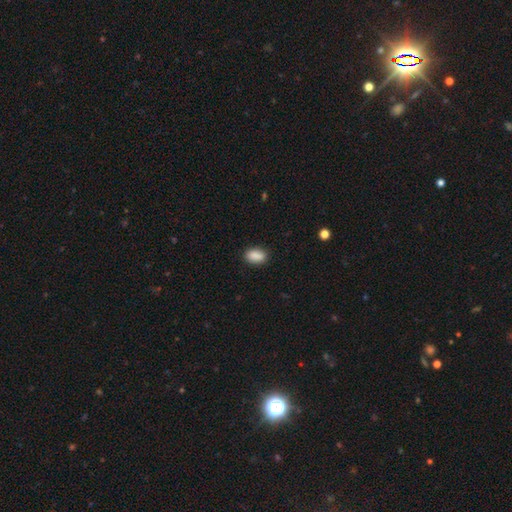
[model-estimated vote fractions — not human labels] This appears to be a smooth galaxy with no disk features (90%) that is in between round and cigar-shaped (89%). Merging: none (88%).